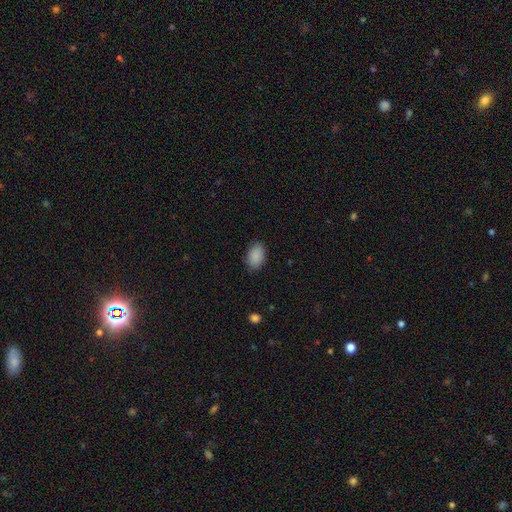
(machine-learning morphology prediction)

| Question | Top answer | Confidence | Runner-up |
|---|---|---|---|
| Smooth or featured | smooth | 90% | star or artifact (7%) |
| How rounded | in between | 89% | round (10%) |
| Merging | none | 85% | minor disturbance (11%) |